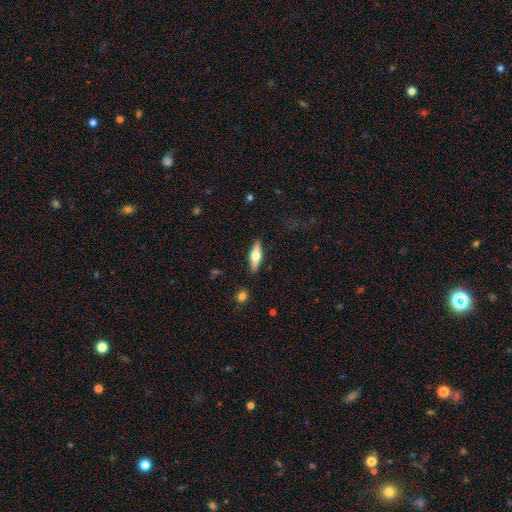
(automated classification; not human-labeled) featured or disk 52%, smooth 42%, star or artifact 6%. Down the decision tree: edge-on disk — yes (92%); merging — none (88%).